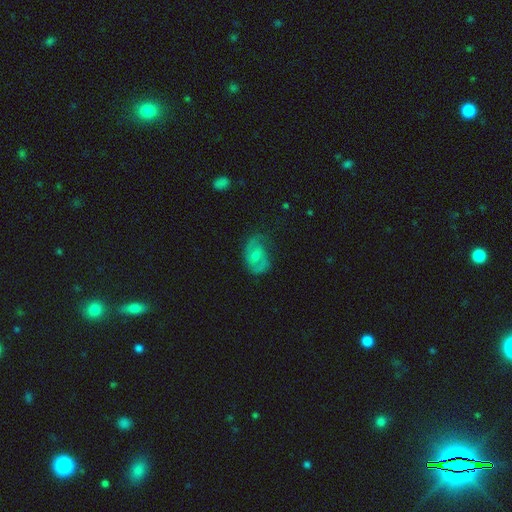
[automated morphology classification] Smooth or featured?
  - featured or disk: 65% *
  - smooth: 25%
  - star or artifact: 10%
Edge-on disk?
  - no: 96% *
  - yes: 4%
Bar?
  - no: 59% *
  - weak: 34%
  - strong: 6%
Spiral arms?
  - yes: 81% *
  - no: 19%
Spiral winding?
  - medium: 43% *
  - tight: 34%
  - loose: 22%
Spiral arm count?
  - 2: 62% *
  - can't tell: 20%
  - 1: 13%
  - 3: 3%
  - 4: 1%
  - more than 4: 1%
Bulge size?
  - small: 46% * (tied)
  - moderate: 46% * (tied)
  - none: 4%
  - large: 3%
  - dominant: 1%
Merging?
  - none: 58% *
  - minor disturbance: 26%
  - major disturbance: 14%
  - merger: 2%